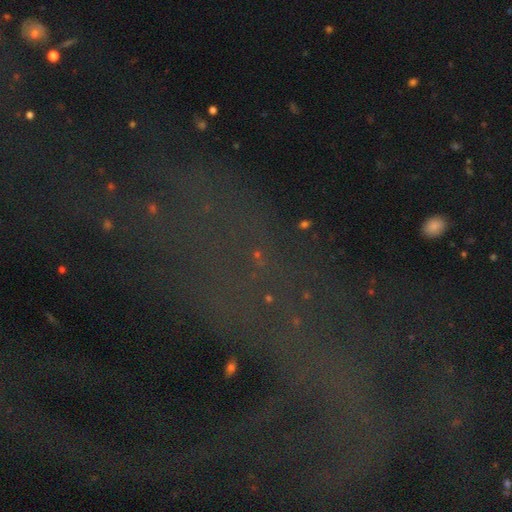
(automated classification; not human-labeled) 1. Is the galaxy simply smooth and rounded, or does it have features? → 67% star or artifact, 20% featured or disk, 13% smooth.